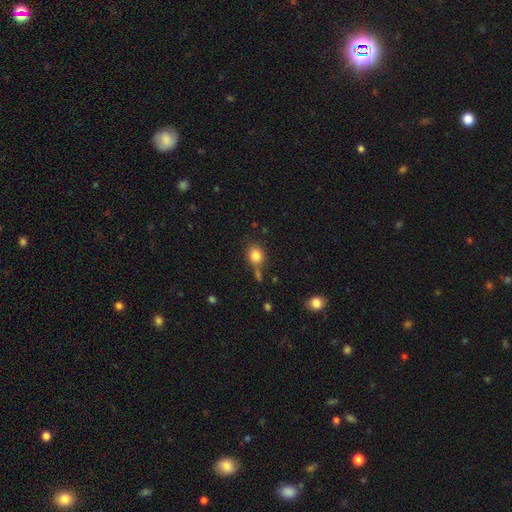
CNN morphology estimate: smooth 82%, star or artifact 11%, featured or disk 7%. Down the decision tree: how rounded — round (64%); merging — none (65%).